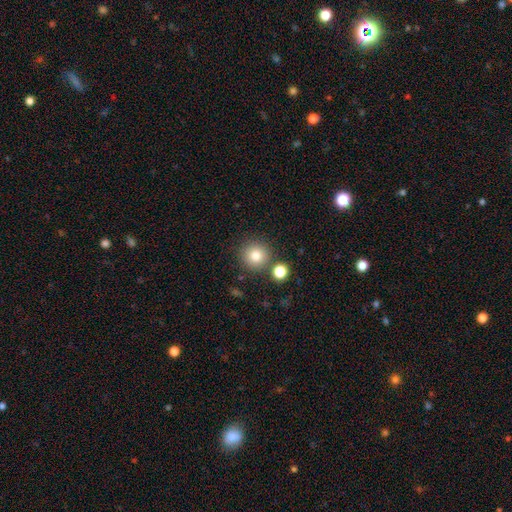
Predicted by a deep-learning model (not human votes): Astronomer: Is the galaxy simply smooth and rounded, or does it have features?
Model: smooth — 81%.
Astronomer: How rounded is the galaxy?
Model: round — 94%.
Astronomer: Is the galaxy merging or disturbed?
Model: none — 81%.